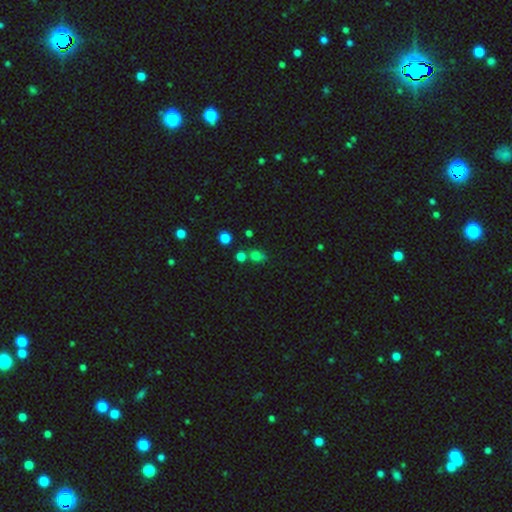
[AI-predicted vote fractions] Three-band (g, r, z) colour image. It shows a smooth galaxy with no disk features (67%) that is round (61%). Merging: none (58%).